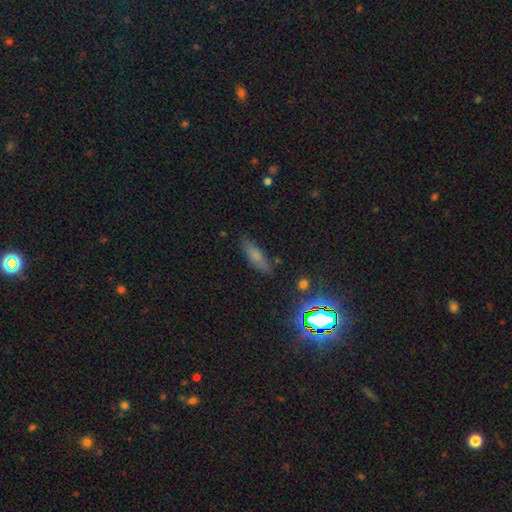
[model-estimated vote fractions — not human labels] Morphology: type=smooth (67%); roundness=in between (49%); merging=none (80%).